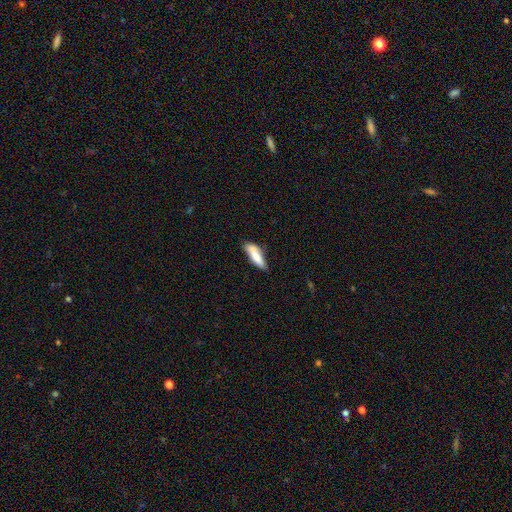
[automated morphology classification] Smooth or featured? smooth (80%)
How rounded? cigar-shaped (56%)
Merging? none (64%)